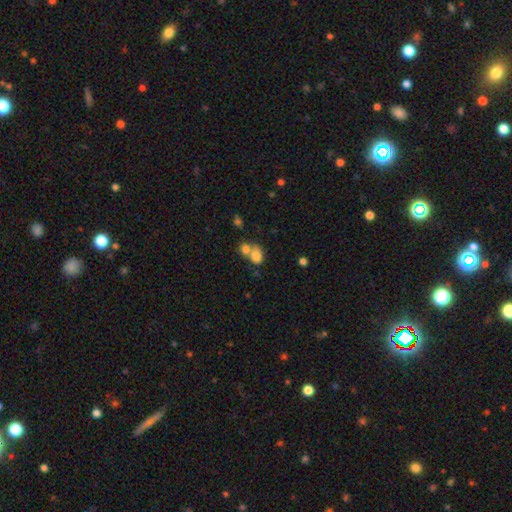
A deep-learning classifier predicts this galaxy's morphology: Smooth or featured: smooth — 79% (featured or disk — 12%)
How rounded: in between — 58% (round — 41%)
Merging: merger — 61% (none — 26%)